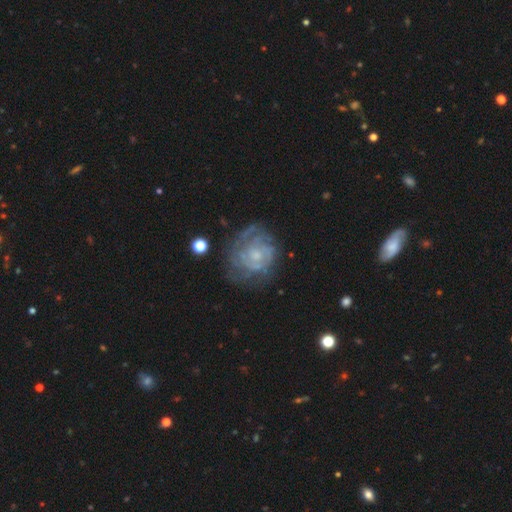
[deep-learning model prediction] Smooth or featured: featured or disk — 76% (smooth — 16%)
Edge-on disk: no — 98% (yes — 2%)
Bar: no — 76% (weak — 21%)
Spiral arms: yes — 78% (no — 22%)
Spiral winding: tight — 62% (medium — 28%)
Spiral arm count: can't tell — 52% (2 — 18%)
Bulge size: small — 52% (moderate — 30%)
Merging: none — 61% (minor disturbance — 21%)